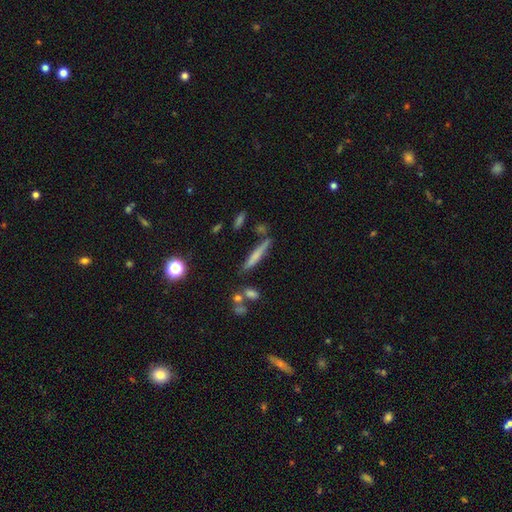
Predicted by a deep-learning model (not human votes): Smooth or featured? Predicted: smooth (p=0.57). How rounded? Predicted: cigar-shaped (p=0.91). Merging? Predicted: none (p=0.74).